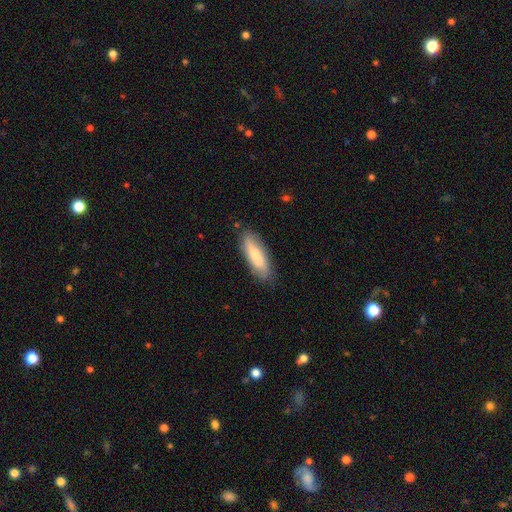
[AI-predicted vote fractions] A smooth galaxy with no disk features (71%) that is in between round and cigar-shaped (51%).

Vote fractions:
- Smooth or featured? smooth: 71% / featured or disk: 23% / star or artifact: 6%
- How rounded? in between: 51% / cigar-shaped: 48% / round: 2%
- Merging? none: 81% / minor disturbance: 15% / major disturbance: 3% / merger: 2%